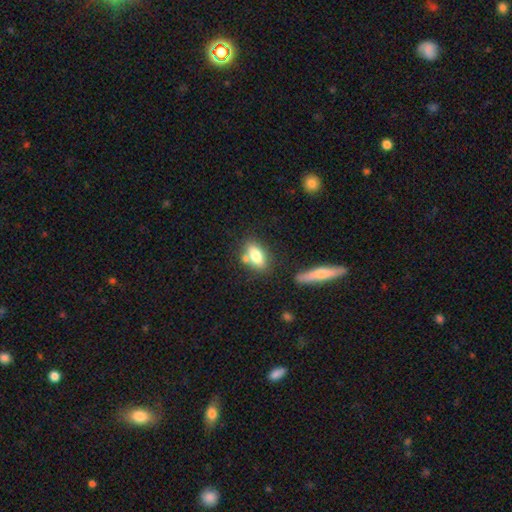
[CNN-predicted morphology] type=smooth (76%); roundness=in between (83%); merging=none (60%).